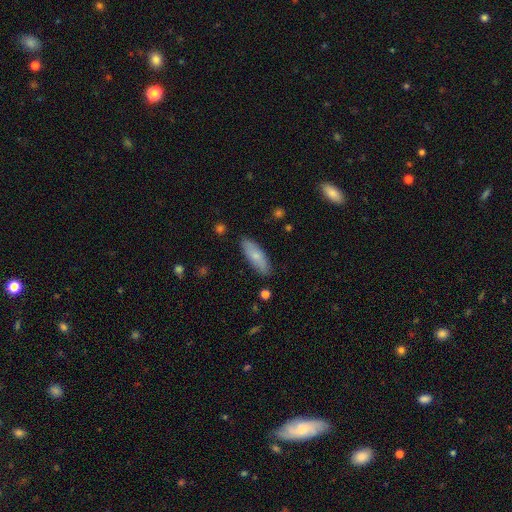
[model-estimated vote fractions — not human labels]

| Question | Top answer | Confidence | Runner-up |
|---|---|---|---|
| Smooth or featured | smooth | 74% | featured or disk (20%) |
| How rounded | in between | 59% | cigar-shaped (39%) |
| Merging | none | 86% | minor disturbance (11%) |